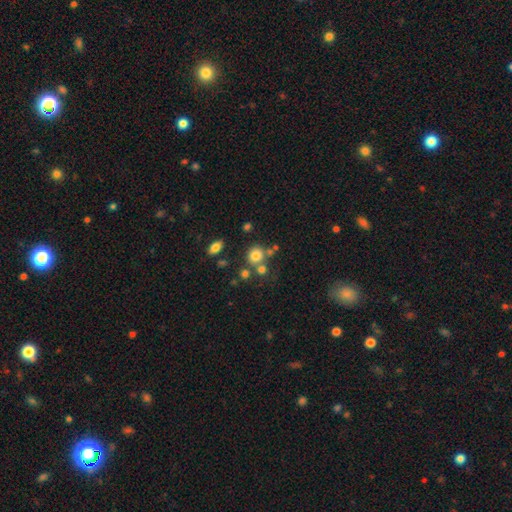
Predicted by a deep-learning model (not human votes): smooth 77%, star or artifact 14%, featured or disk 10%. Down the decision tree: how rounded — round (84%); merging — none (62%).